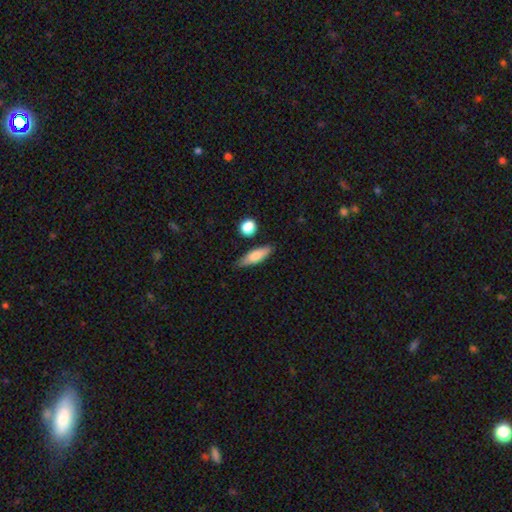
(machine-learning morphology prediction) Smooth or featured: smooth — 73% (featured or disk — 20%)
How rounded: cigar-shaped — 52% (in between — 45%)
Merging: none — 78% (minor disturbance — 14%)